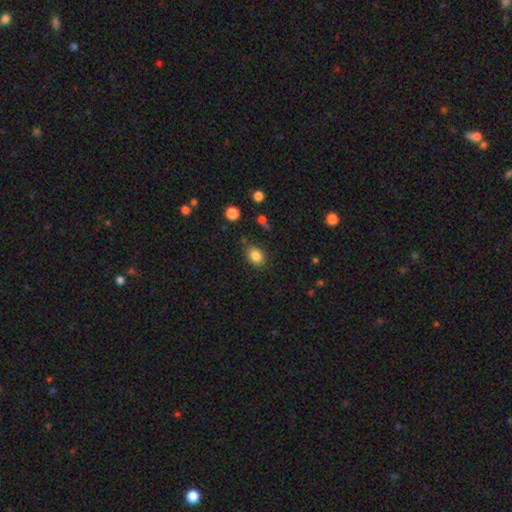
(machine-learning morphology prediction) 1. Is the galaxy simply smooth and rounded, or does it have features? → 84% smooth, 10% star or artifact, 6% featured or disk.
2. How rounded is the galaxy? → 66% in between, 33% round, 1% cigar-shaped.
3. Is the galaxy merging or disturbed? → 80% none, 14% minor disturbance, 3% major disturbance, 3% merger.